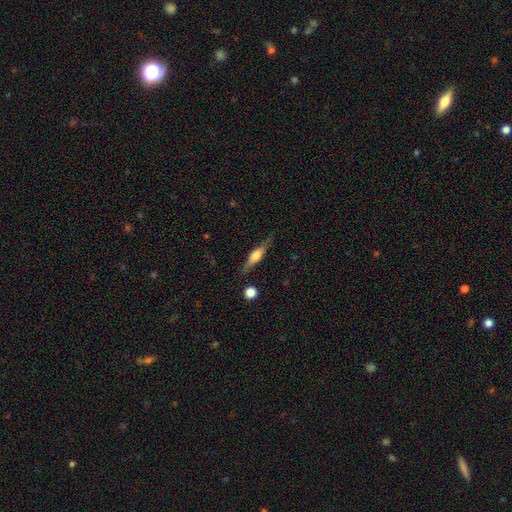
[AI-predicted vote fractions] Morphology: type=featured or disk (54%); edge-on=yes (93%); edge-on bulge=rounded (78%); merging=none (80%).